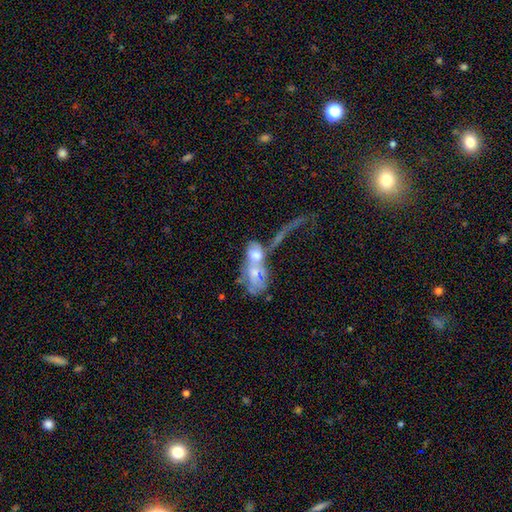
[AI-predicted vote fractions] A featured or disk galaxy (55%). Merging: merger (68%).